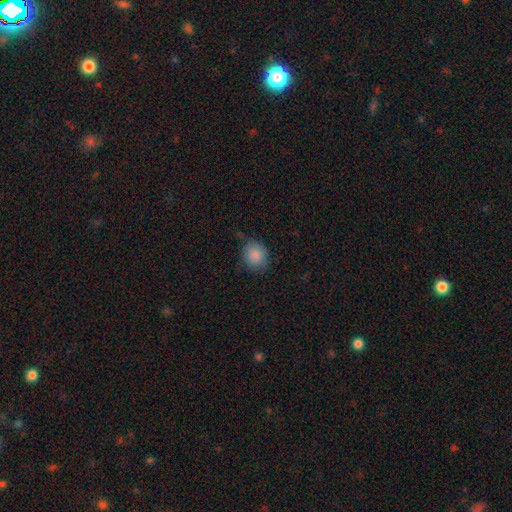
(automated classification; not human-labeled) This is clearly a smooth galaxy (87%). How rounded: likely round (79%). Merging: likely none (72%).